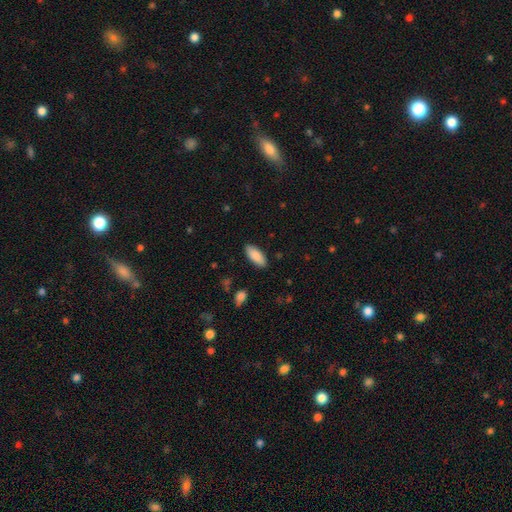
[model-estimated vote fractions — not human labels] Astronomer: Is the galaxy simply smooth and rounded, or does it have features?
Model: smooth — 88%.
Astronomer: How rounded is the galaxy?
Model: in between — 84%.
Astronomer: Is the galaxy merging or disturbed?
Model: none — 88%.